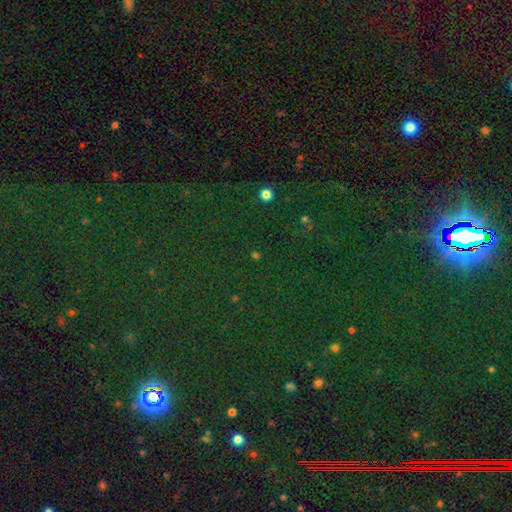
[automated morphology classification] This is likely a star or artifact rather than a galaxy (65%).